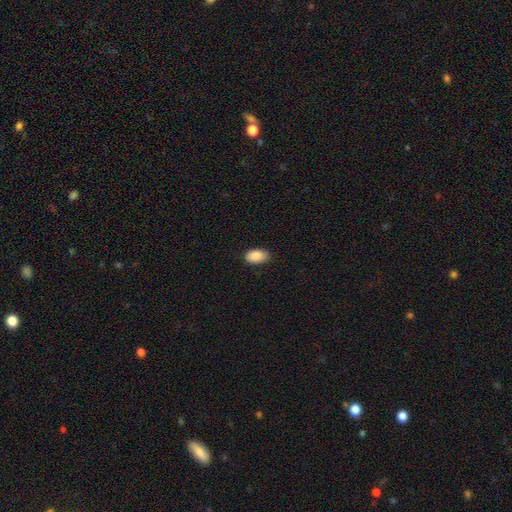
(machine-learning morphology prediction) Smooth or featured: smooth — 89% (star or artifact — 7%)
How rounded: in between — 93% (round — 5%)
Merging: none — 83% (minor disturbance — 14%)